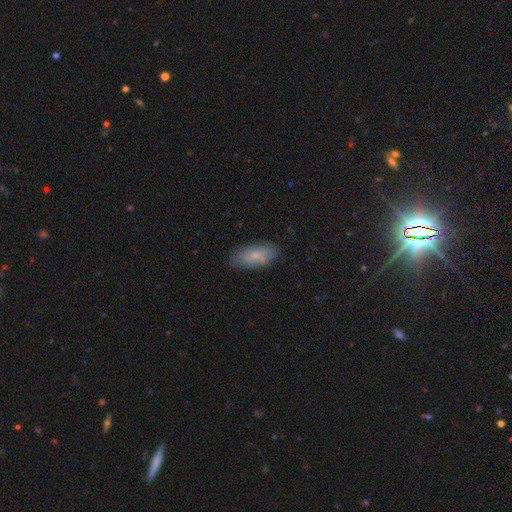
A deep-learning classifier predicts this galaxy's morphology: The model was most divided on "smooth or featured": smooth: 72%, featured or disk: 20%, star or artifact: 7%. More confident: how rounded — in between (84%); merging — none (78%).